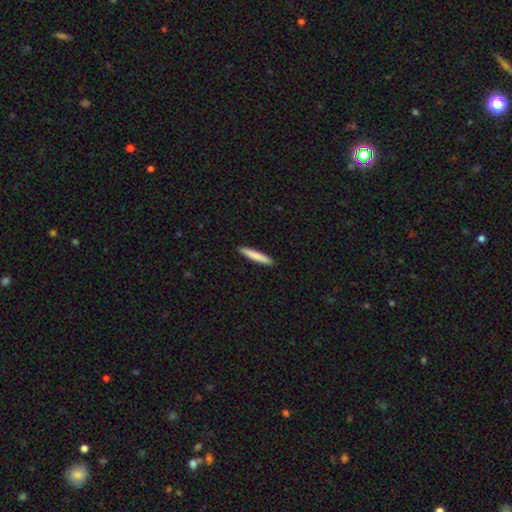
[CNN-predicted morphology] A smooth galaxy with no disk features (82%) that is cigar-shaped (93%). Merging: none (92%).